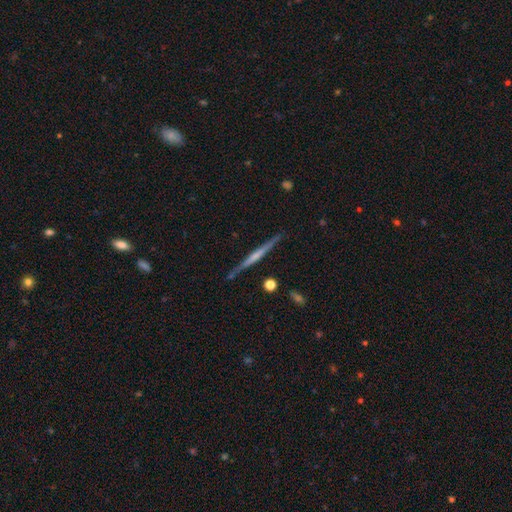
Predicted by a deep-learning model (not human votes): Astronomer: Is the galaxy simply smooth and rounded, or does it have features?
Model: featured or disk — 66%.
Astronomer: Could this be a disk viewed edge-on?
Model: yes — 97%.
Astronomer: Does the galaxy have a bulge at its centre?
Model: none — 56%.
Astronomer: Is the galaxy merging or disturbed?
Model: none — 86%.